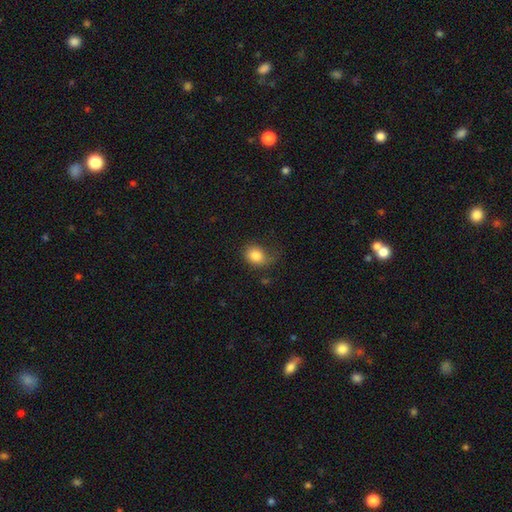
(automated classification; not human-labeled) Smooth or featured? Predicted: smooth (p=0.82). How rounded? Predicted: round (p=0.53). Merging? Predicted: none (p=0.50).